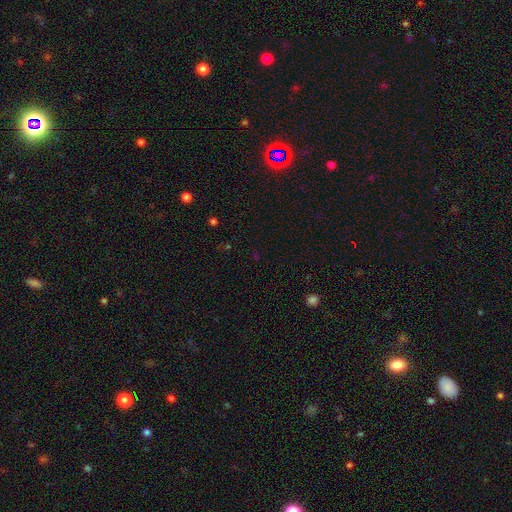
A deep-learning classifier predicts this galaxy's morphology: Overall: star or artifact (64%; smooth 29%).